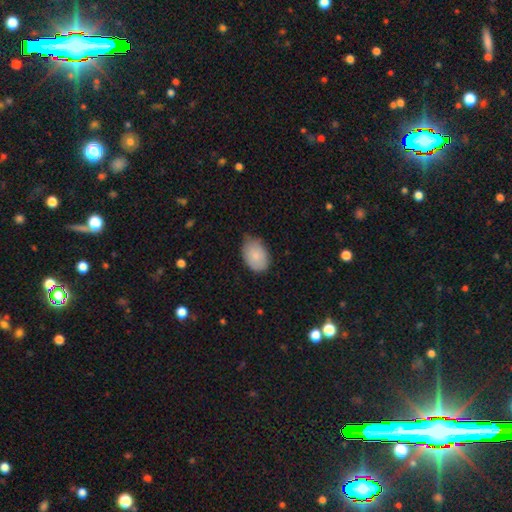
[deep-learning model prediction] This is clearly a smooth galaxy (84%). How rounded: clearly in between (87%). Merging: likely none (60%).